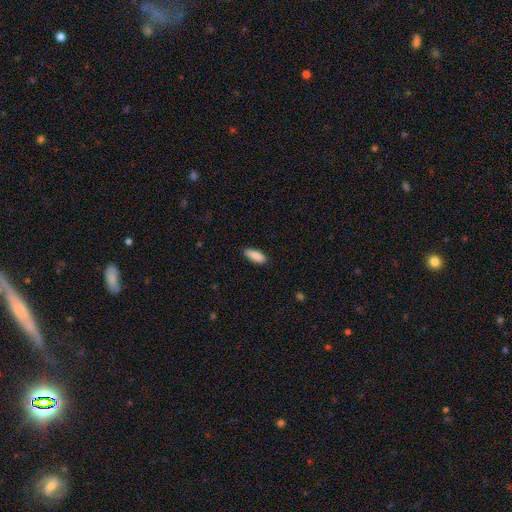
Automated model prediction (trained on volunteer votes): smooth-or-featured: smooth: 90% | star or artifact: 6% | featured or disk: 5%
  how-rounded: in between: 76% | cigar-shaped: 23% | round: 2%
  merging: none: 84% | minor disturbance: 13% | major disturbance: 2% | merger: 1%